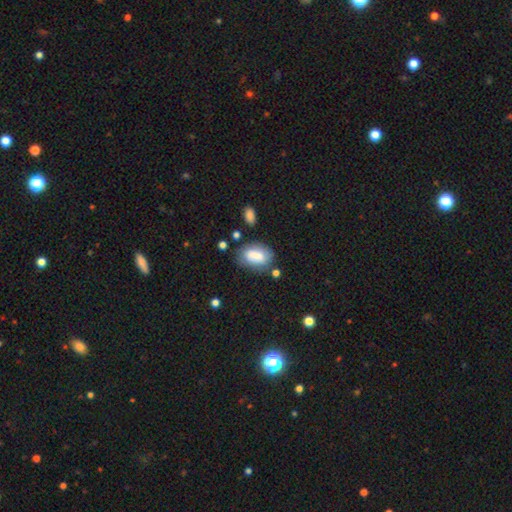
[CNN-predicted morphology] smooth-or-featured: smooth: 72% | featured or disk: 20% | star or artifact: 8%
  how-rounded: in between: 88% | round: 9% | cigar-shaped: 3%
  merging: none: 62% | minor disturbance: 23% | major disturbance: 8% | merger: 7%